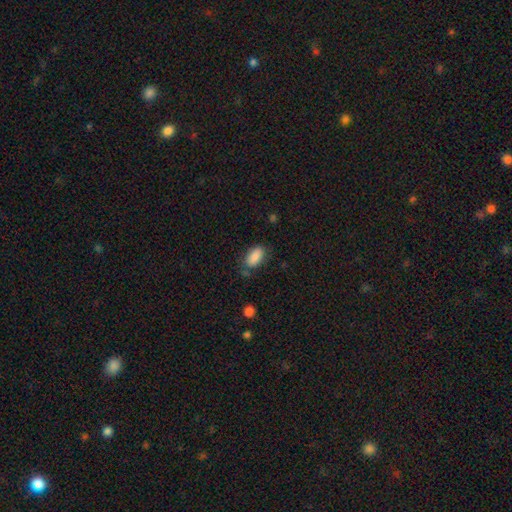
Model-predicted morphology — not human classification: Smooth or featured? Predicted: smooth (p=0.86). How rounded? Predicted: in between (p=0.91). Merging? Predicted: none (p=0.71).